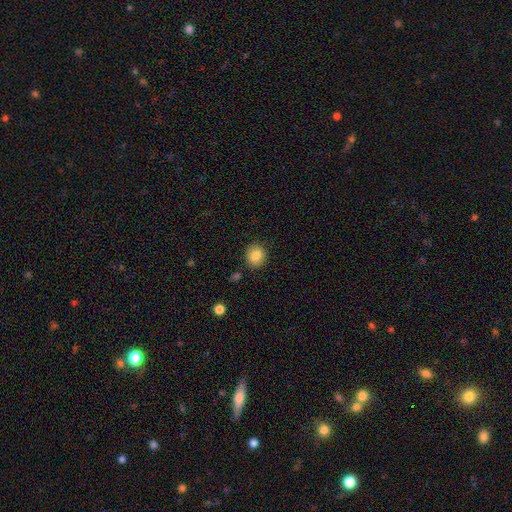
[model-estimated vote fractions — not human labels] Smooth or featured: smooth — 85% (star or artifact — 9%)
How rounded: round — 77% (in between — 22%)
Merging: none — 87% (minor disturbance — 9%)